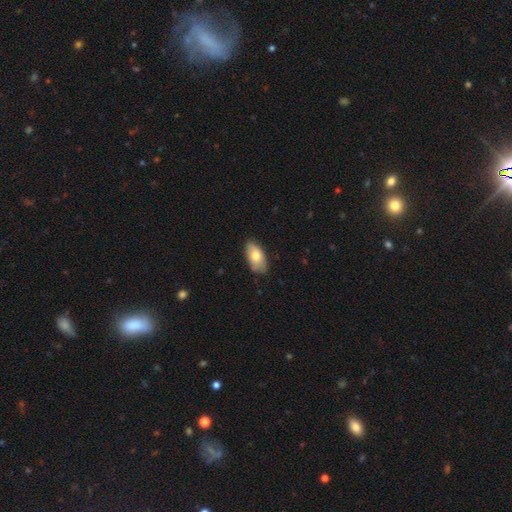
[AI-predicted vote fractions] Smooth or featured? smooth (73%)
How rounded? in between (93%)
Merging? none (77%)